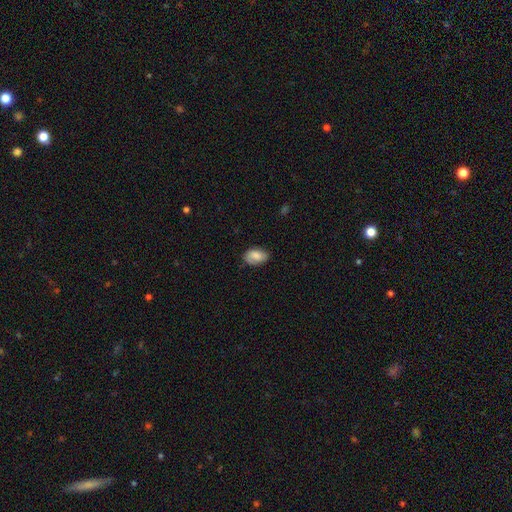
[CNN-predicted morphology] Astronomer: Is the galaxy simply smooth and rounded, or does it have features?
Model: smooth — 79%.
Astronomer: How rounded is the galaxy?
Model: in between — 90%.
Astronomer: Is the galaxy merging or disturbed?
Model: none — 75%.